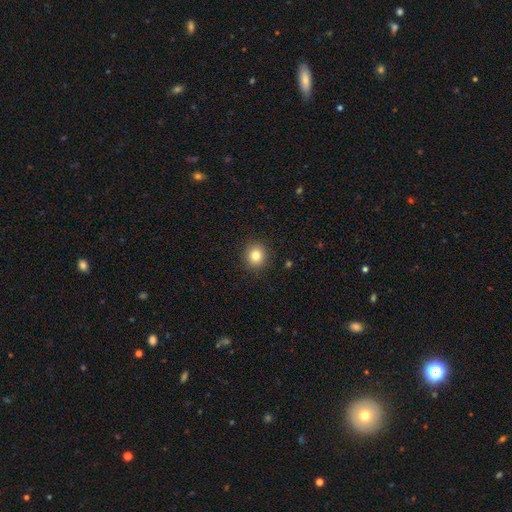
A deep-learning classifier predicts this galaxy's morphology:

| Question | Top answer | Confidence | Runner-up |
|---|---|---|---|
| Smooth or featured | smooth | 82% | star or artifact (11%) |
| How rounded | round | 89% | in between (10%) |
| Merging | none | 91% | minor disturbance (6%) |